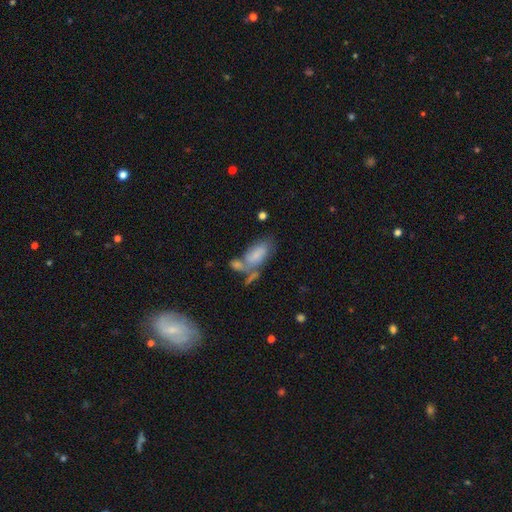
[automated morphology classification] smooth-or-featured: smooth: 70% | featured or disk: 21% | star or artifact: 9%
  how-rounded: in between: 89% | cigar-shaped: 8% | round: 3%
  merging: merger: 36% | none: 35% | minor disturbance: 17% | major disturbance: 12%